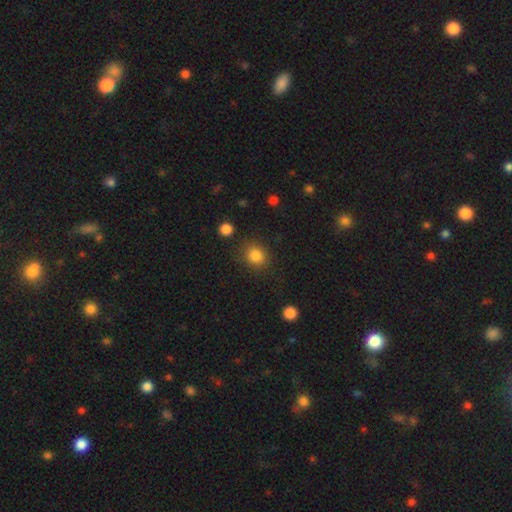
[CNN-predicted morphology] smooth_or_featured: smooth (p=0.84) [alt: star or artifact p=0.11]
how_rounded: round (p=0.76) [alt: in between p=0.23]
merging: none (p=0.82) [alt: minor disturbance p=0.11]